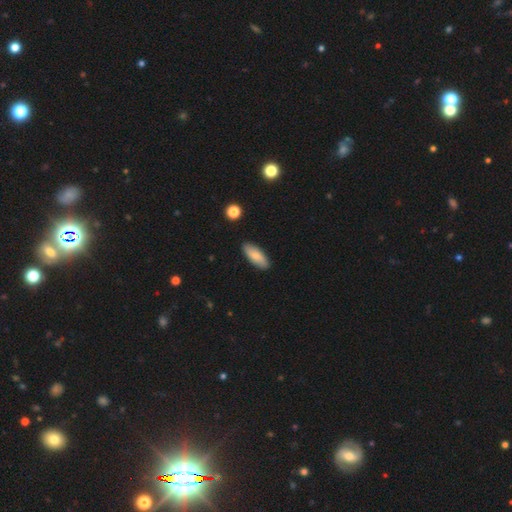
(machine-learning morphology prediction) This appears to be a smooth galaxy with no disk features (79%) that is in between round and cigar-shaped (76%). Merging: none (88%).